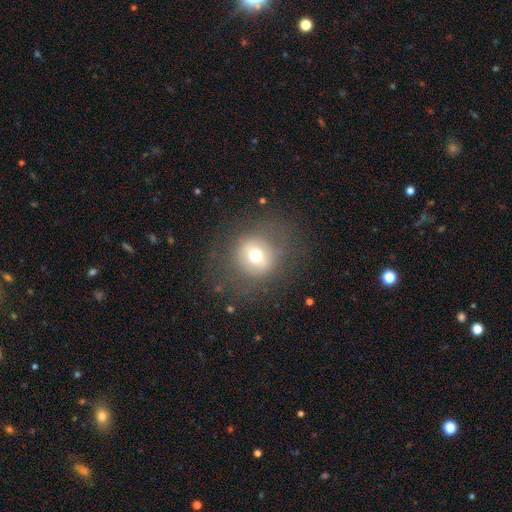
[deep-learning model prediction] A smooth galaxy with no disk features (63%) that is round (91%). Merging: none (77%).